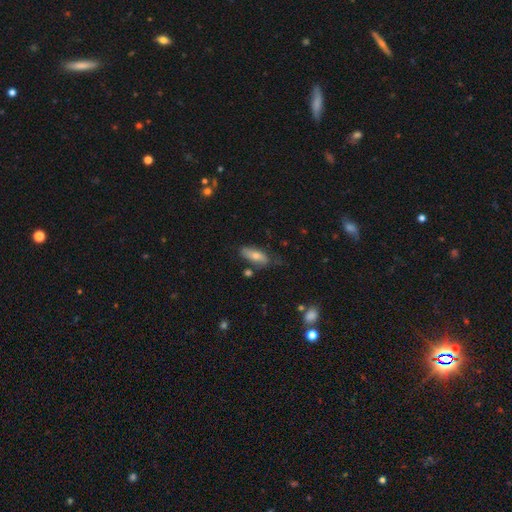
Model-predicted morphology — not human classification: Smooth or featured? smooth (68%)
How rounded? in between (77%)
Merging? none (64%)